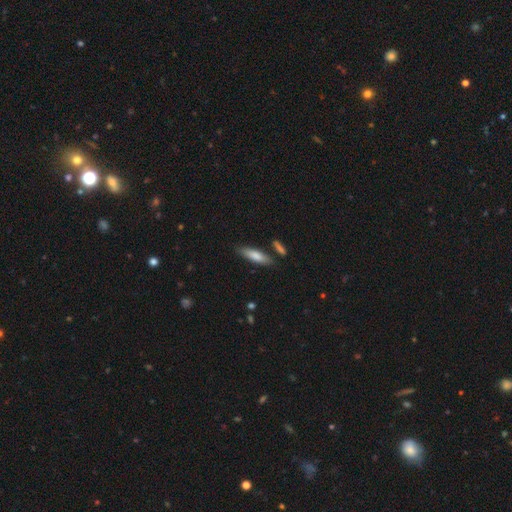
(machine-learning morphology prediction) smooth-or-featured: smooth: 77% | featured or disk: 18% | star or artifact: 6%
  how-rounded: cigar-shaped: 65% | in between: 33% | round: 2%
  merging: none: 80% | minor disturbance: 11% | merger: 6% | major disturbance: 3%